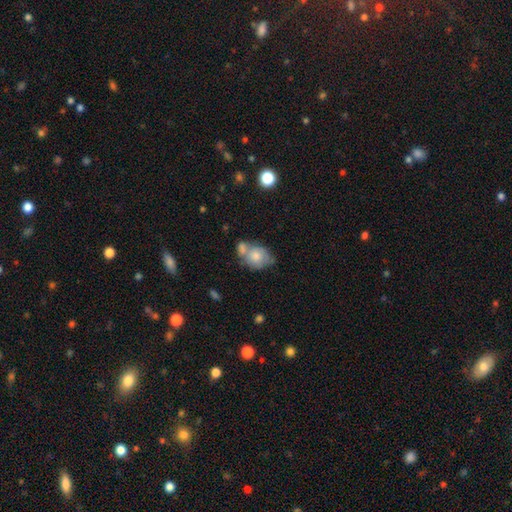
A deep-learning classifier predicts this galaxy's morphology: Smooth or featured? Predicted: smooth (p=0.68). How rounded? Predicted: in between (p=0.53). Merging? Predicted: merger (p=0.48).